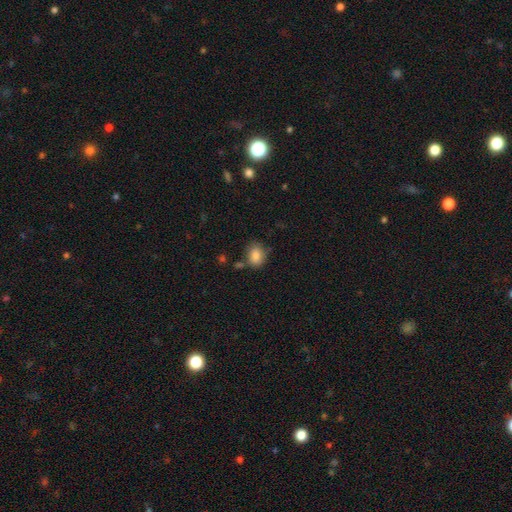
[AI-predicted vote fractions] This appears to be a smooth galaxy with no disk features (85%) that is in between round and cigar-shaped (67%). Merging: none (72%).